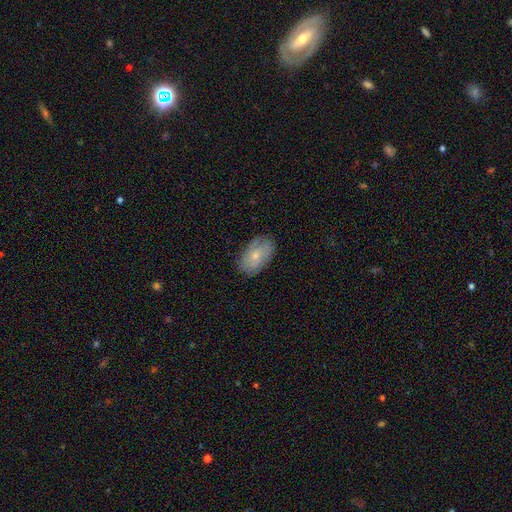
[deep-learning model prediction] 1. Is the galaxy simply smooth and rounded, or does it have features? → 57% smooth, 35% featured or disk, 7% star or artifact.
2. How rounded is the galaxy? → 91% in between, 7% round, 2% cigar-shaped.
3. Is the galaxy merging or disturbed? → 78% none, 17% minor disturbance, 4% major disturbance, 1% merger.